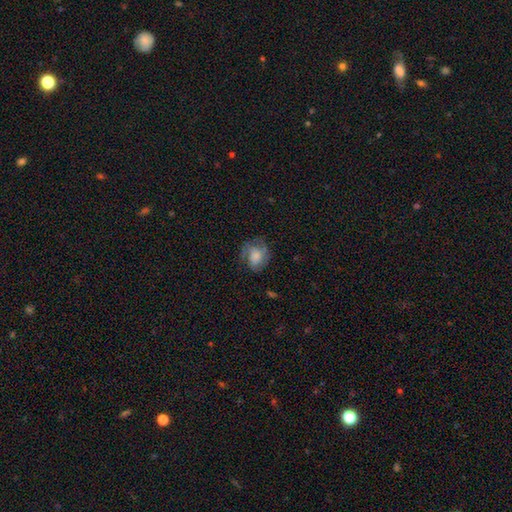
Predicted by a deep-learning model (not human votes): This appears to be a featured or disk galaxy (46%). Merging: none (60%).